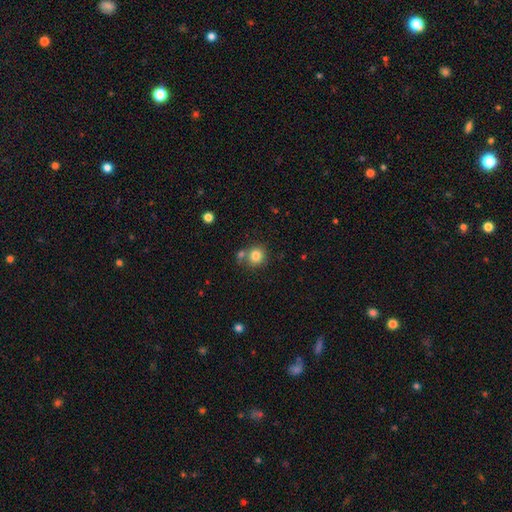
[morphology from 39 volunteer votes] A smooth galaxy with no disk features (85%) that is round (91%). Merging: none (81%).